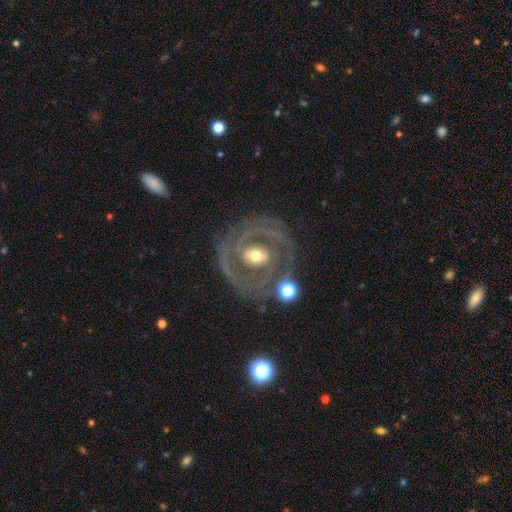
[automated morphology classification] Overall: featured or disk (83%). Edge-on disk: no (97%). Bar: no (49%; weak 32%). Spiral arms: yes (84%). Spiral arm count: 2 (53%; can't tell 18%). Spiral winding: tight (55%; medium 34%). Bulge size: moderate (64%). Merging: none (71%).